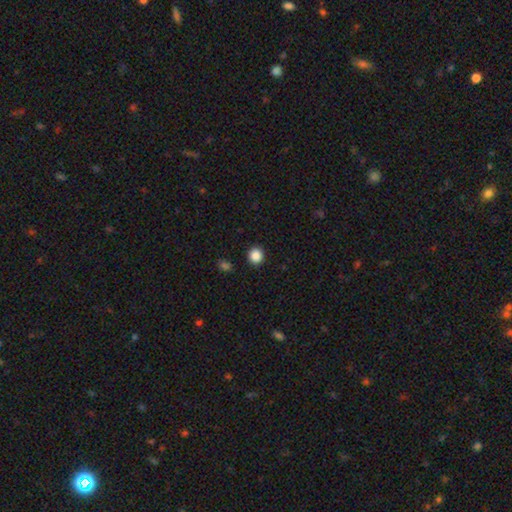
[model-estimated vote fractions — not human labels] smooth 87%, star or artifact 10%, featured or disk 3%. Down the decision tree: how rounded — round (92%); merging — none (92%).